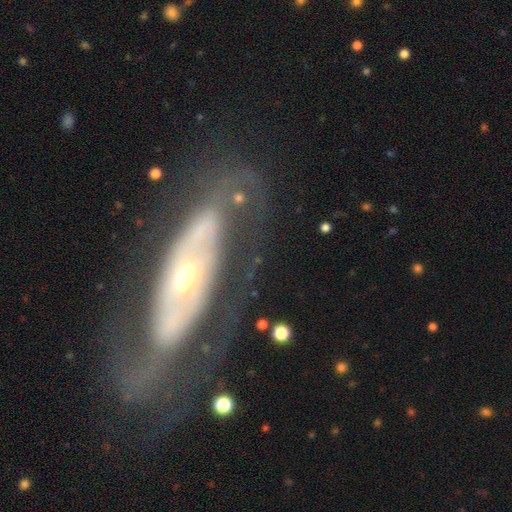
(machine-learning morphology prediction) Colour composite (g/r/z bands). It shows a featured or disk galaxy (77%) with no bar (69%), spiral arms (56%) and a moderate central bulge (47%). Merging: none (58%).